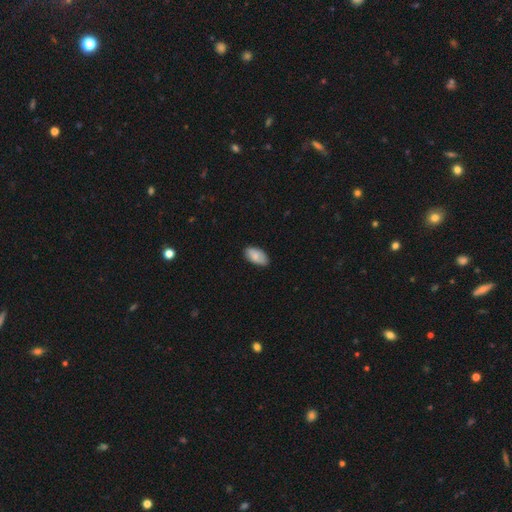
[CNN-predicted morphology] The model was most divided on "merging": none: 82%, minor disturbance: 15%, major disturbance: 2%, merger: 1%. More confident: how rounded — in between (95%); smooth or featured — smooth (81%).